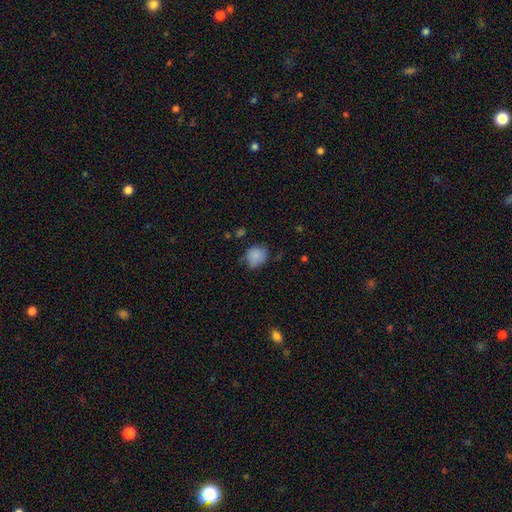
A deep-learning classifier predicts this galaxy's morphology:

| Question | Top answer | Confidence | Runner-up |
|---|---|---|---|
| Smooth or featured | smooth | 83% | star or artifact (9%) |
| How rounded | round | 64% | in between (35%) |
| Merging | none | 59% | minor disturbance (31%) |